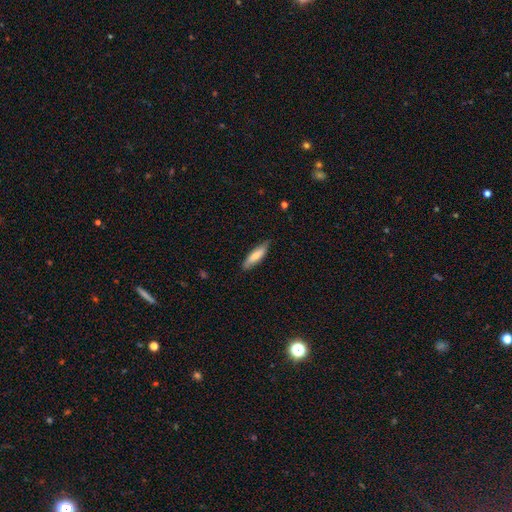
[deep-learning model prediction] This is likely a smooth galaxy (75%). How rounded: likely cigar-shaped (66%). Merging: clearly none (80%).